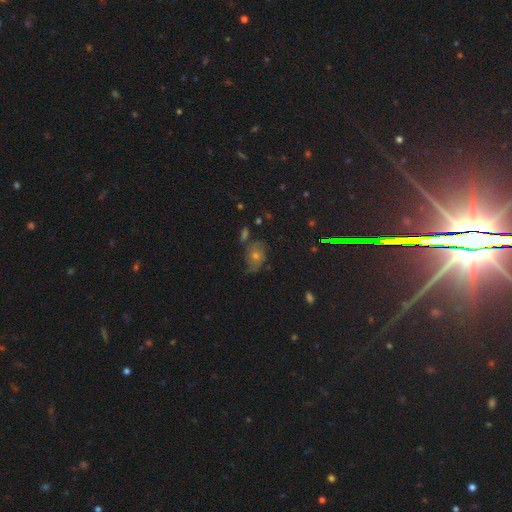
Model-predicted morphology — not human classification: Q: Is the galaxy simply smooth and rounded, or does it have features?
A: featured or disk — 46%.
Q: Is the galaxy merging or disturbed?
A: none — 59%.